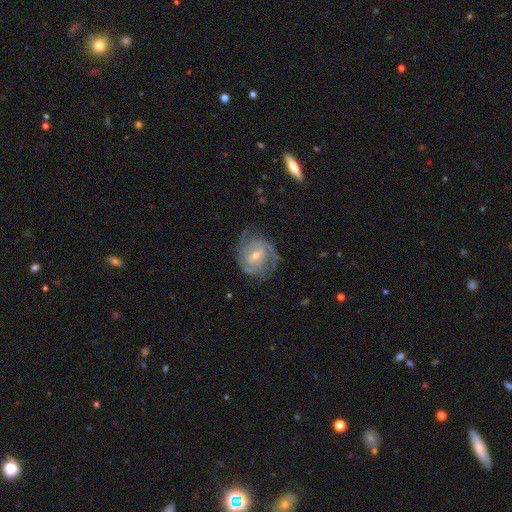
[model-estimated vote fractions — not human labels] This is clearly a featured or disk galaxy (85%). It is clearly not viewed edge-on (97%). Bar: possibly weak (53%). Spiral arm pattern: clearly yes (94%). Spiral arm count: marginally 2 (43%). Spiral winding: possibly tight (55%). Central bulge: possibly moderate (53%). Merging: likely none (68%).